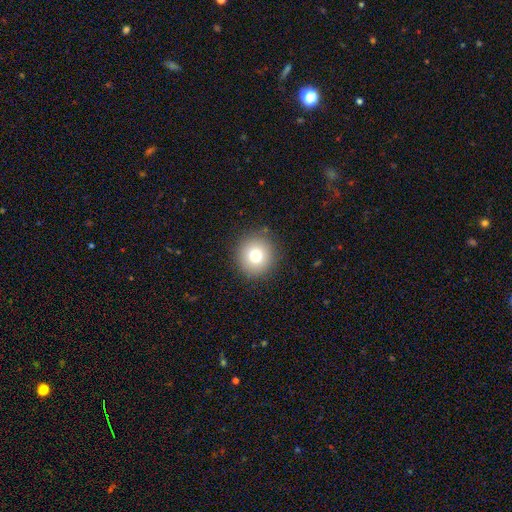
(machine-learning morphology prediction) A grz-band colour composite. It shows a smooth galaxy with no disk features (76%) that is round (92%). Merging: none (89%).